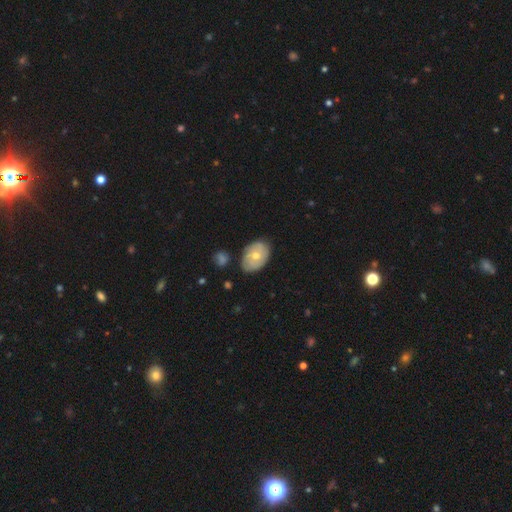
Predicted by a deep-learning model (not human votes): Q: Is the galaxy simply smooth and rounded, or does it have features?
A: smooth — 51%.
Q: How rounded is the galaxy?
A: in between — 82%.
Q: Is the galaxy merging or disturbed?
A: none — 74%.